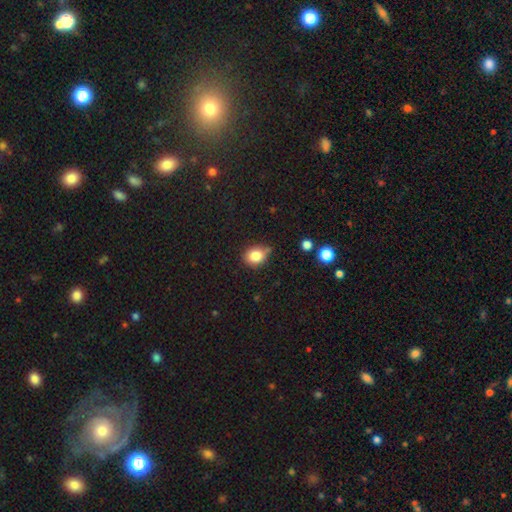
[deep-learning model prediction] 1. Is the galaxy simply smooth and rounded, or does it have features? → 84% smooth, 10% star or artifact, 6% featured or disk.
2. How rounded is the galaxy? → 55% round, 44% in between, 1% cigar-shaped.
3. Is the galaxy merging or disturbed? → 68% none, 22% minor disturbance, 6% merger, 4% major disturbance.